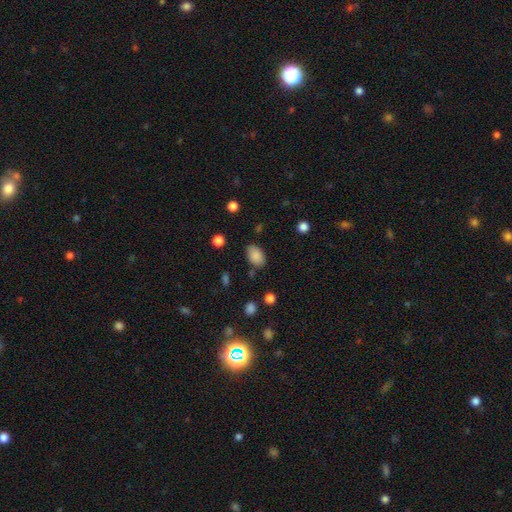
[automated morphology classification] Smooth or featured? Predicted: smooth (p=0.87). How rounded? Predicted: in between (p=0.88). Merging? Predicted: none (p=0.77).